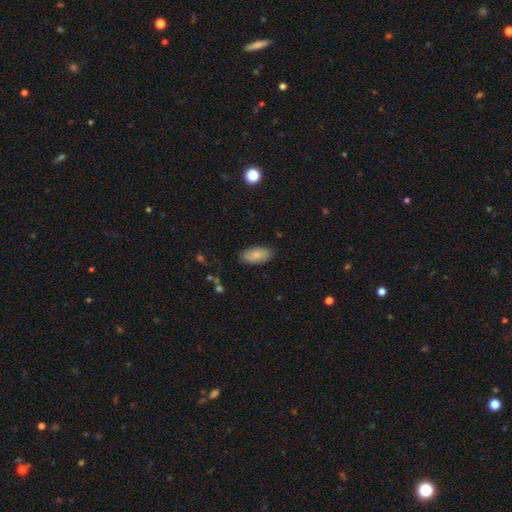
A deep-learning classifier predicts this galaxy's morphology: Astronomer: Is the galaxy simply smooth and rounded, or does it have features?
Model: smooth — 83%.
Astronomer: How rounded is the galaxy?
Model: in between — 92%.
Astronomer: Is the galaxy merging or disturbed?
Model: none — 84%.